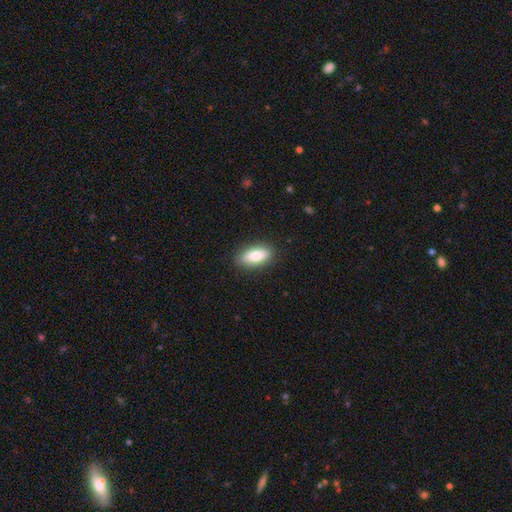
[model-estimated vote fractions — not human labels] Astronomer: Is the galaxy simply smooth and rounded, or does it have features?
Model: smooth — 83%.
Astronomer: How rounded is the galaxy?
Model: in between — 82%.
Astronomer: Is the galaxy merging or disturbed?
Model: none — 87%.